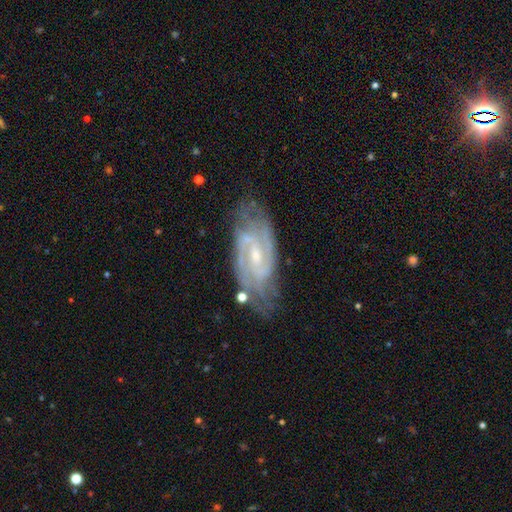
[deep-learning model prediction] This is clearly a featured or disk galaxy (89%). It is clearly not viewed edge-on (95%). Bar: possibly weak (54%). Spiral arm pattern: clearly yes (98%). Spiral arm count: likely 2 (75%). Spiral winding: possibly medium (47%). Central bulge: likely small (66%). Merging: likely none (73%).